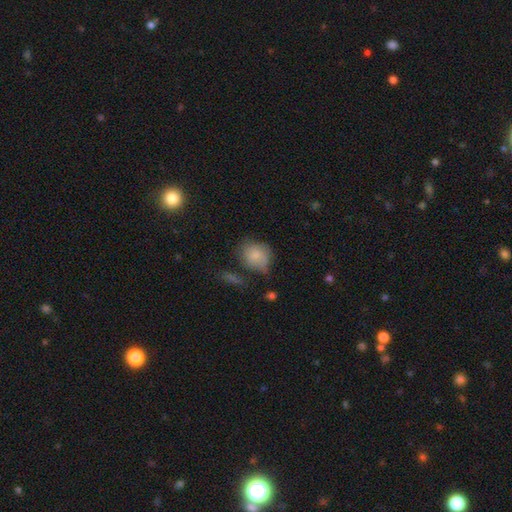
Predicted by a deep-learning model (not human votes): A smooth galaxy with no disk features (78%) that is round (62%). Merging: none (53%).